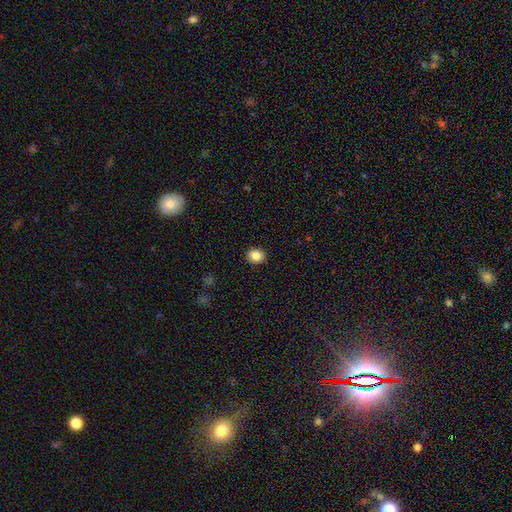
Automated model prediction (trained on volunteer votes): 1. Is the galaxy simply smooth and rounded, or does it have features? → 87% smooth, 9% star or artifact, 4% featured or disk.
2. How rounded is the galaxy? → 70% round, 29% in between, 1% cigar-shaped.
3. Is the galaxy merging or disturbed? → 91% none, 6% minor disturbance, 2% major disturbance, 1% merger.